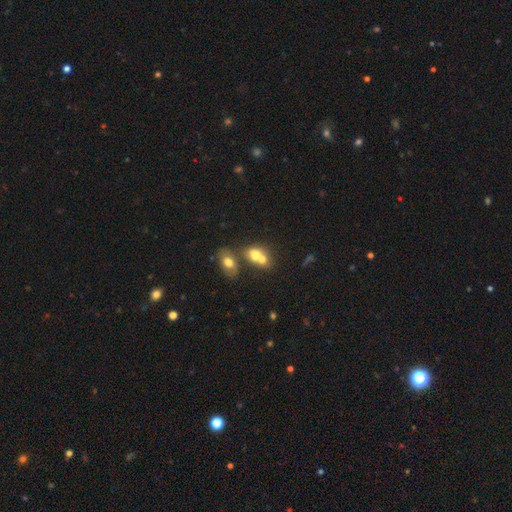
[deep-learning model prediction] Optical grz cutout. It shows a smooth galaxy with no disk features (67%) that is in between round and cigar-shaped (59%). Merging: merger (68%).